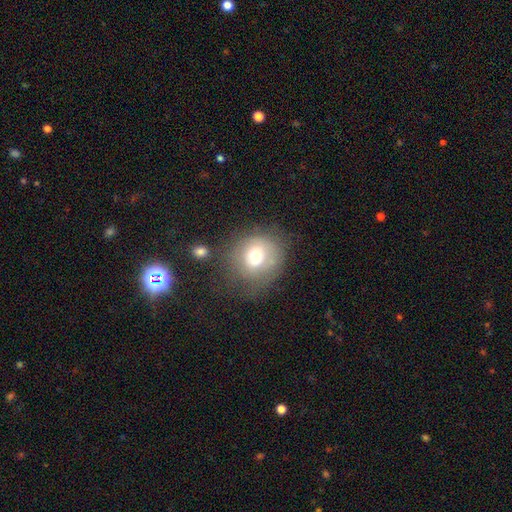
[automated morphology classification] Smooth or featured?
  - smooth: 64% *
  - featured or disk: 25%
  - star or artifact: 11%
How rounded?
  - round: 78% *
  - in between: 21%
  - cigar-shaped: 1%
Merging?
  - none: 52% *
  - minor disturbance: 23%
  - major disturbance: 17%
  - merger: 8%